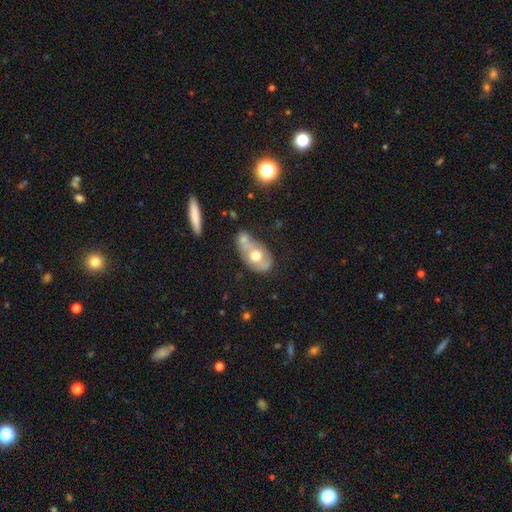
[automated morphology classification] smooth-or-featured: smooth: 51% | featured or disk: 42% | star or artifact: 7%
  how-rounded: in between: 81% | round: 16% | cigar-shaped: 2%
  merging: merger: 48% | none: 25% | minor disturbance: 17% | major disturbance: 10%